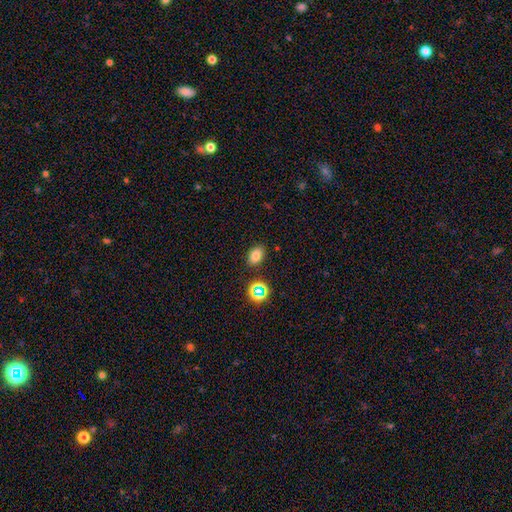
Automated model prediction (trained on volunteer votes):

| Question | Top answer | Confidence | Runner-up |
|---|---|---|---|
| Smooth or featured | smooth | 77% | star or artifact (16%) |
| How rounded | in between | 81% | round (18%) |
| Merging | none | 84% | minor disturbance (10%) |